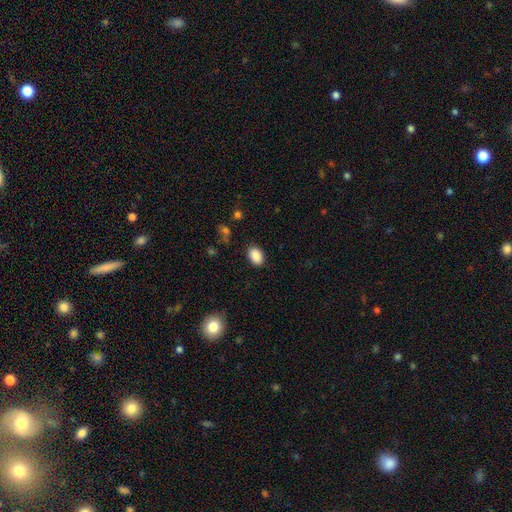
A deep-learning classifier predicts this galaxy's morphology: A smooth galaxy with no disk features (89%) that is in between round and cigar-shaped (86%). Merging: none (86%).